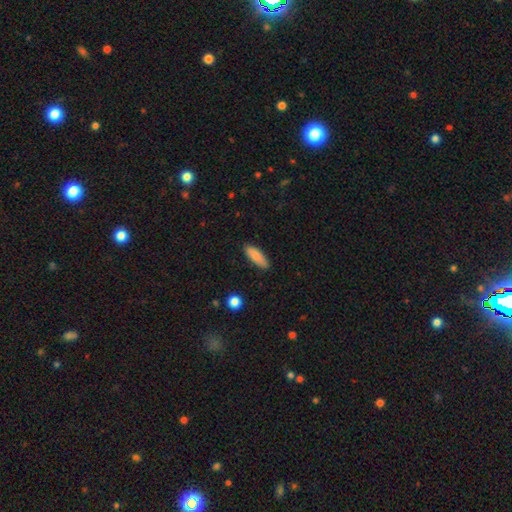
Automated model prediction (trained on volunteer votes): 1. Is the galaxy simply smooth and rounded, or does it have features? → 82% smooth, 11% featured or disk, 6% star or artifact.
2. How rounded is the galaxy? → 60% in between, 38% cigar-shaped, 2% round.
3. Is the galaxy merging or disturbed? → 87% none, 10% minor disturbance, 2% major disturbance, 1% merger.